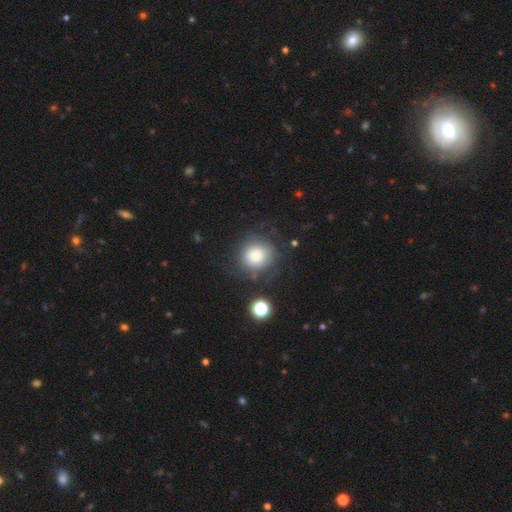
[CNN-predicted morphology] Overall: smooth (73%). How rounded: round (90%). Merging: none (68%).